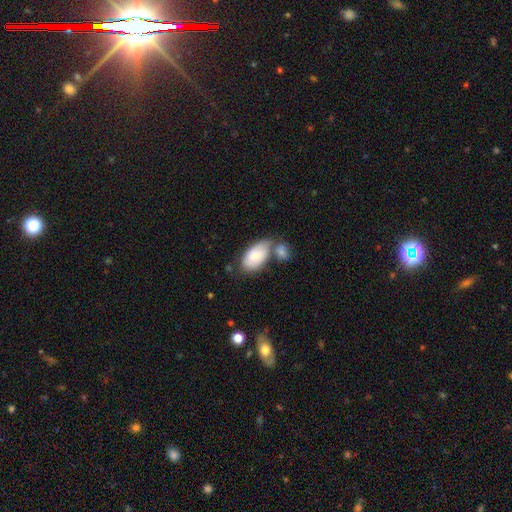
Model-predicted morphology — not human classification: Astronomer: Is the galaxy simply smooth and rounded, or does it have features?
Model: smooth — 72%.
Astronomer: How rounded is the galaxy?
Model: in between — 94%.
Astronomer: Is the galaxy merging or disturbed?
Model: none — 39% (runner-up: merger, 37%).